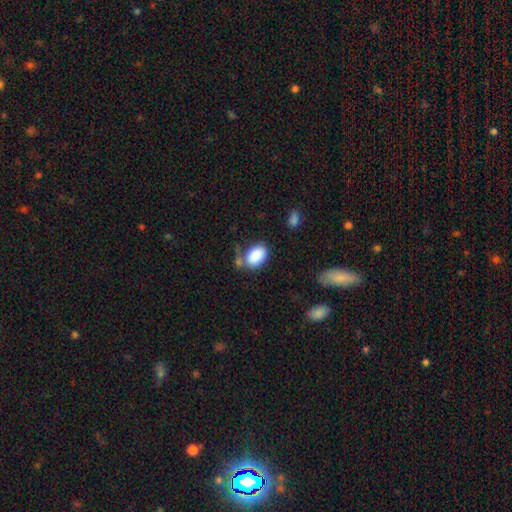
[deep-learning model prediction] smooth_or_featured: smooth (p=0.87) [alt: star or artifact p=0.07]
how_rounded: in between (p=0.86) [alt: round p=0.12]
merging: none (p=0.56) [alt: minor disturbance p=0.20]